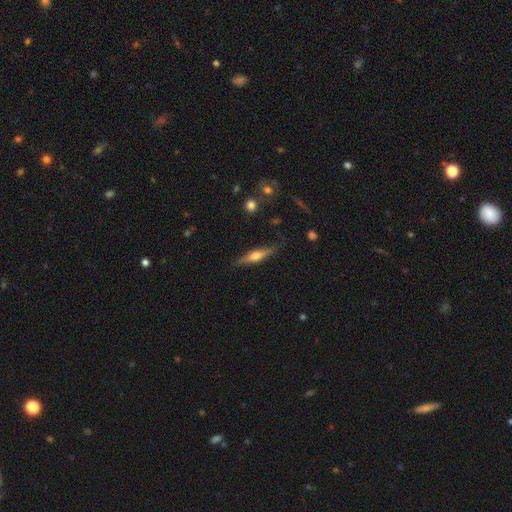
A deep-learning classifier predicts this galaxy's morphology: Smooth or featured? Predicted: featured or disk (p=0.58). Edge-on disk? Predicted: yes (p=0.94). Edge-on bulge? Predicted: rounded (p=0.87). Merging? Predicted: none (p=0.83).